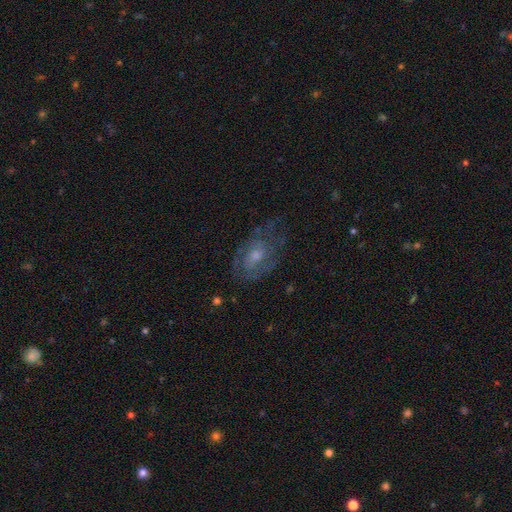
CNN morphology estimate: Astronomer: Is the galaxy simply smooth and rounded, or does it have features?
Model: featured or disk — 67%.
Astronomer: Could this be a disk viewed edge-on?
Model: no — 95%.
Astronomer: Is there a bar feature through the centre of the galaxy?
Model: no — 72%.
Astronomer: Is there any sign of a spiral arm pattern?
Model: yes — 72%.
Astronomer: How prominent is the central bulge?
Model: moderate — 52% (runner-up: small, 35%).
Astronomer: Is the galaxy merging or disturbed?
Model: none — 60%.